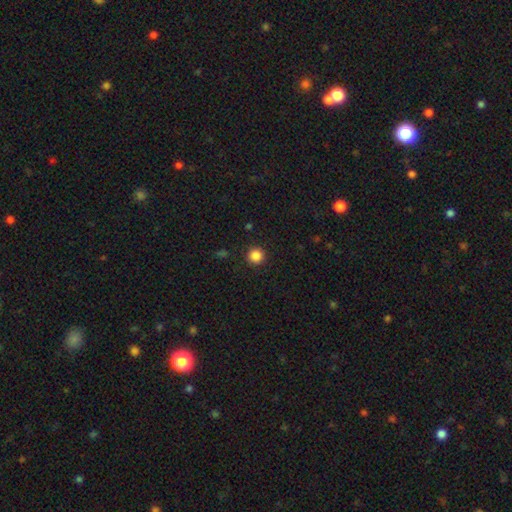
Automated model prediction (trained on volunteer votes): Smooth or featured: smooth — 86% (star or artifact — 11%)
How rounded: round — 95% (in between — 4%)
Merging: none — 92% (minor disturbance — 5%)